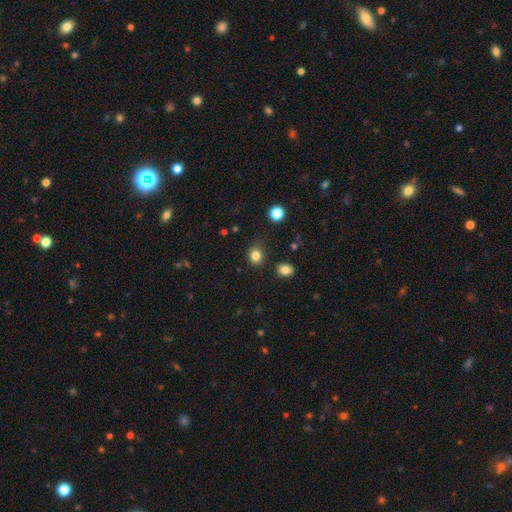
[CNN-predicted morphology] This is clearly a smooth galaxy (83%). How rounded: likely round (67%). Merging: clearly none (82%).